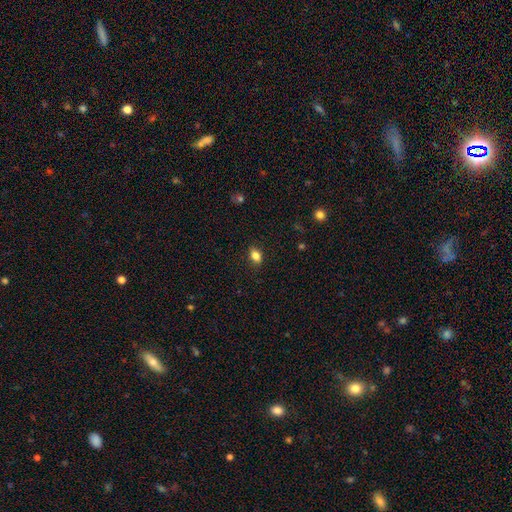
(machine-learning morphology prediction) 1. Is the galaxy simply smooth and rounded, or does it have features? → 83% smooth, 10% star or artifact, 7% featured or disk.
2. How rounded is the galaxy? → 76% in between, 22% round, 2% cigar-shaped.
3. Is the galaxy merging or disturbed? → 87% none, 10% minor disturbance, 2% major disturbance, 1% merger.